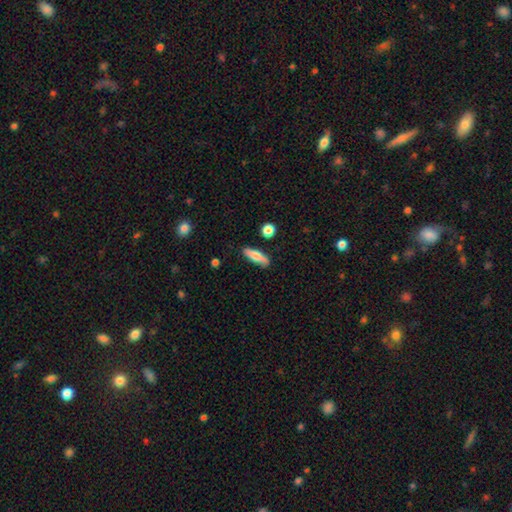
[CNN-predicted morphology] smooth-or-featured: smooth: 76% | featured or disk: 17% | star or artifact: 7%
  how-rounded: cigar-shaped: 58% | in between: 39% | round: 3%
  merging: none: 79% | minor disturbance: 16% | major disturbance: 3% | merger: 3%